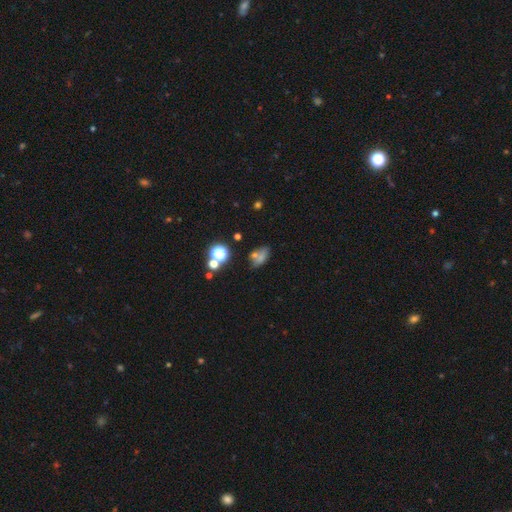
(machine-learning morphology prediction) smooth-or-featured: smooth: 55% | star or artifact: 27% | featured or disk: 18%
  how-rounded: in between: 70% | round: 23% | cigar-shaped: 6%
  merging: none: 50% | minor disturbance: 21% | merger: 19% | major disturbance: 11%